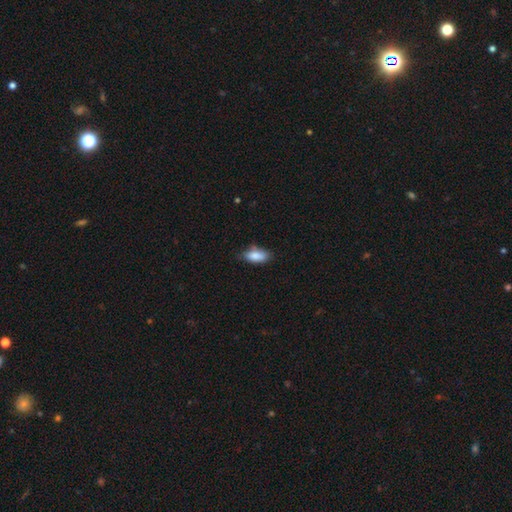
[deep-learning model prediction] smooth 84%, featured or disk 8%, star or artifact 7%. Down the decision tree: how rounded — in between (87%); merging — none (64%).